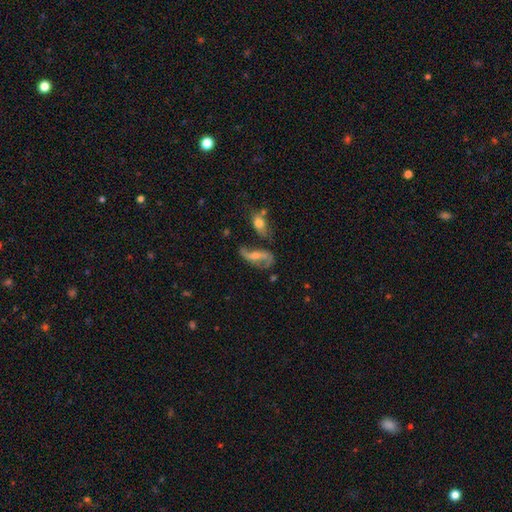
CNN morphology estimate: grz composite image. It shows a featured or disk galaxy (78%) with a weak bar (37%), 2 (87%) loose (65%) spiral arms (90%) and a small central bulge (47%). Merging: none (53%).